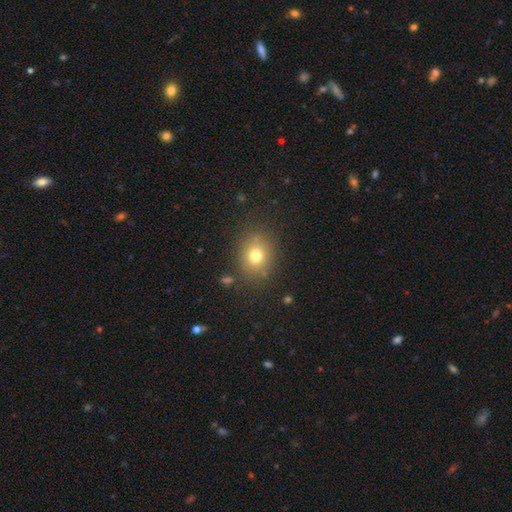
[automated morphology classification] Overall: smooth (75%). How rounded: round (63%; in between 36%). Merging: none (81%).